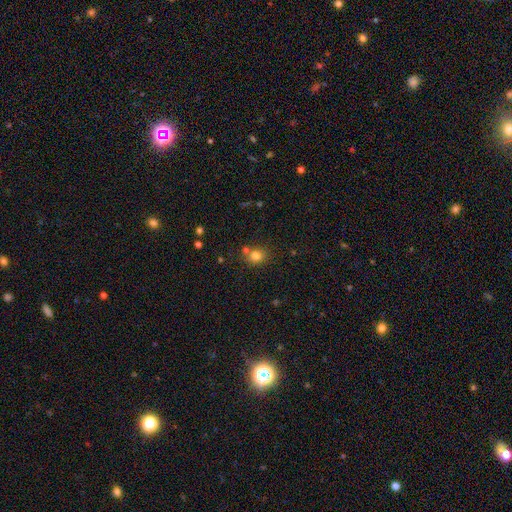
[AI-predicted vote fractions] A smooth galaxy with no disk features (79%) that is round (72%). Merging: none (67%).